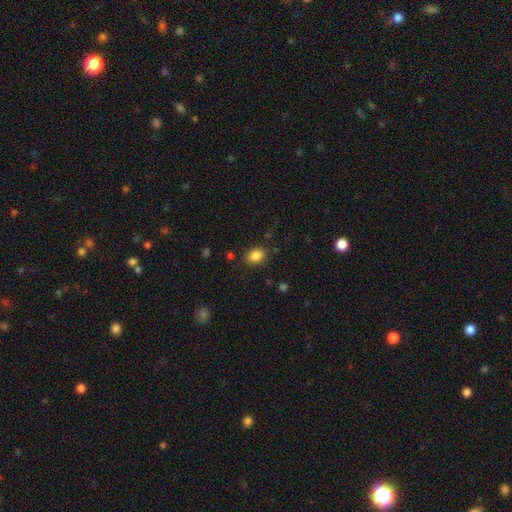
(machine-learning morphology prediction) The model was most divided on "how rounded": in between: 64%, round: 35%, cigar-shaped: 1%. More confident: smooth or featured — smooth (86%); merging — none (84%).